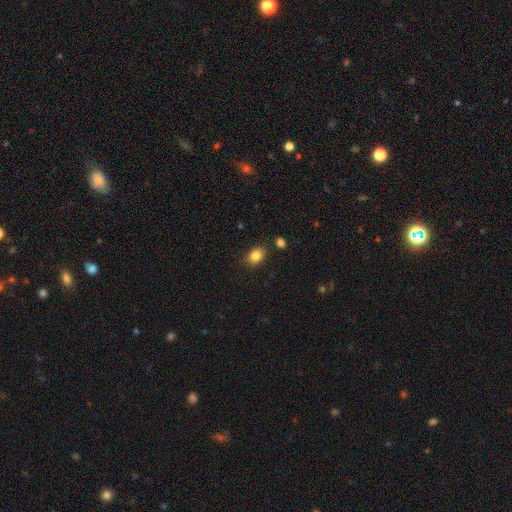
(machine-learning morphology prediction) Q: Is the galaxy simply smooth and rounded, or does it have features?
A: smooth — 84%.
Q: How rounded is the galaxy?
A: in between — 72%.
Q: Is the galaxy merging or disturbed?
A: none — 84%.